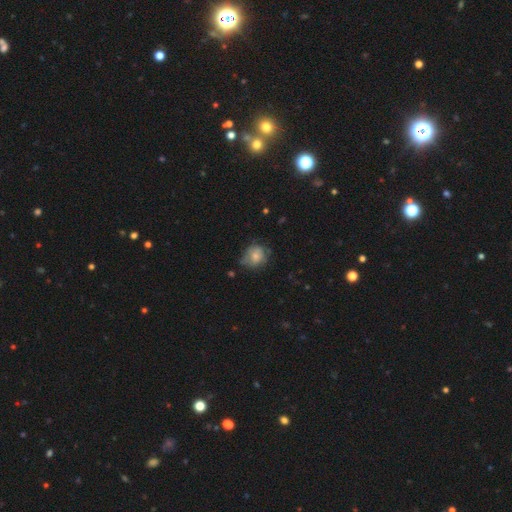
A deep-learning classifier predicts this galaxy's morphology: A smooth galaxy with no disk features (66%) that is round (72%). Merging: none (54%).